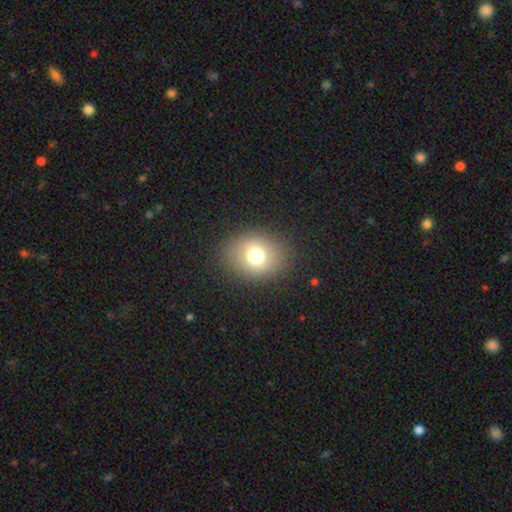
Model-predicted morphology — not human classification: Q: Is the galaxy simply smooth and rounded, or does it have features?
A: smooth — 73%.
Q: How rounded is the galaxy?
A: round — 60%.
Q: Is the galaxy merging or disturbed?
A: none — 87%.